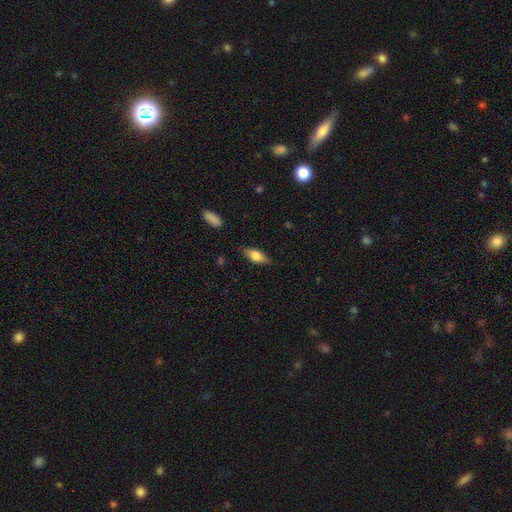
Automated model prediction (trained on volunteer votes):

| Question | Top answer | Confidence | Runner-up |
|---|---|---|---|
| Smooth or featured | smooth | 75% | featured or disk (18%) |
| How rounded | in between | 79% | cigar-shaped (18%) |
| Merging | none | 82% | minor disturbance (14%) |